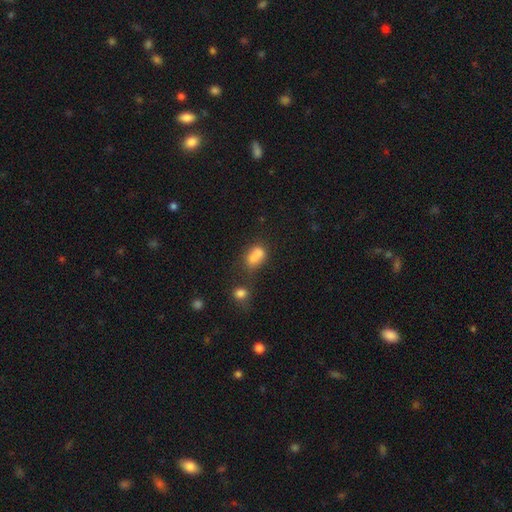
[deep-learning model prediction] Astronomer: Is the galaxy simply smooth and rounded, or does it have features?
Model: smooth — 75%.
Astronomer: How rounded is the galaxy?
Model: in between — 73%.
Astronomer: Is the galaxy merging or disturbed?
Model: merger — 45% (runner-up: none, 29%).